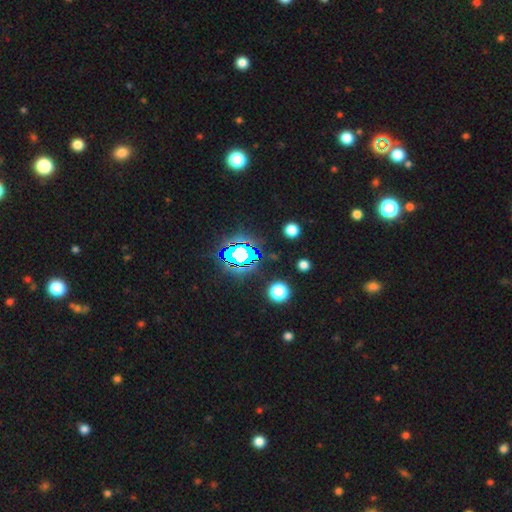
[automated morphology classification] Smooth or featured? star or artifact (76%)